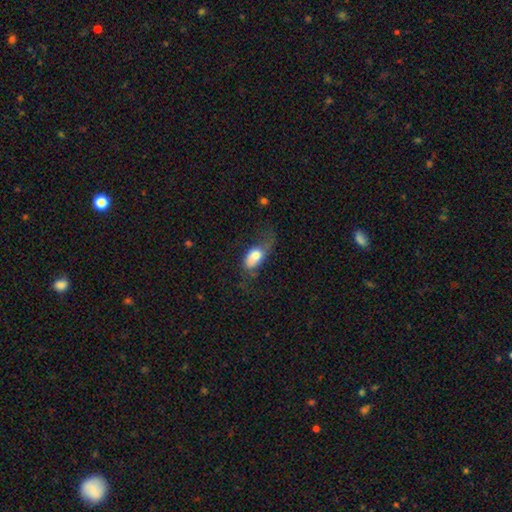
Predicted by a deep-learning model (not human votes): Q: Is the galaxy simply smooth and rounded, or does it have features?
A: smooth — 71%.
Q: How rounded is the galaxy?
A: in between — 86%.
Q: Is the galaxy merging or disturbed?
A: major disturbance — 40%.